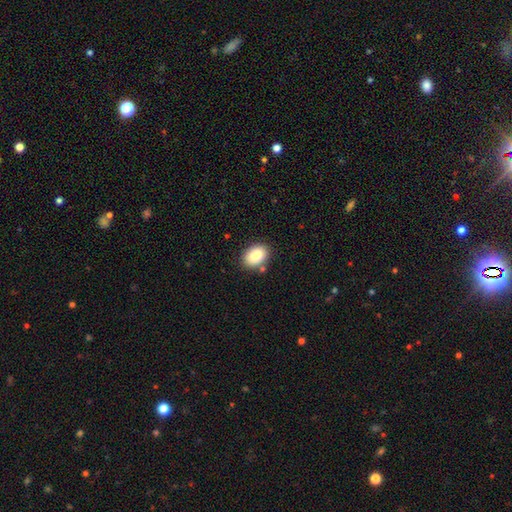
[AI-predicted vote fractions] This is clearly a smooth galaxy (87%). How rounded: clearly in between (81%). Merging: clearly none (84%).